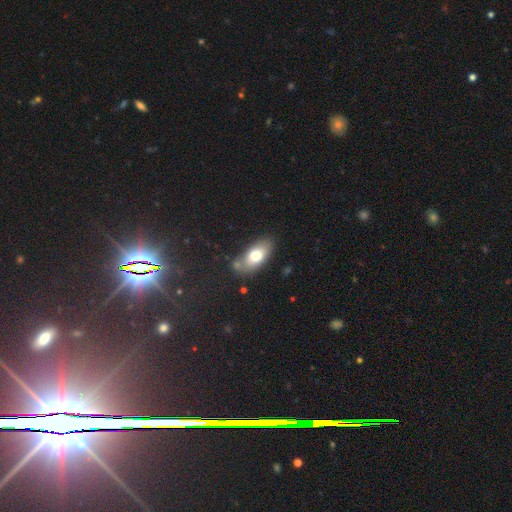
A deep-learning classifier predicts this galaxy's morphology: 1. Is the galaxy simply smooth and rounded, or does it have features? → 73% smooth, 19% featured or disk, 8% star or artifact.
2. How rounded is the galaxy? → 89% in between, 7% cigar-shaped, 4% round.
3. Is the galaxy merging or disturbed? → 70% none, 17% minor disturbance, 8% merger, 4% major disturbance.